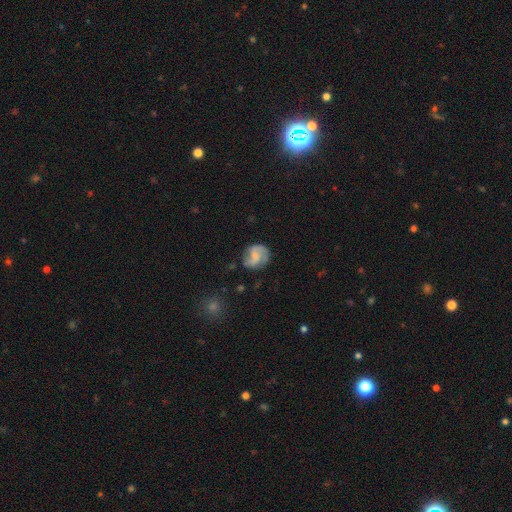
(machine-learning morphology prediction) Overall: featured or disk (65%; smooth 28%). Edge-on disk: no (98%). Bar: weak (48%; no 37%). Spiral arms: yes (90%). Spiral arm count: 2 (83%). Spiral winding: medium (44%; loose 39%). Bulge size: small (39%; none 34%). Merging: none (67%).